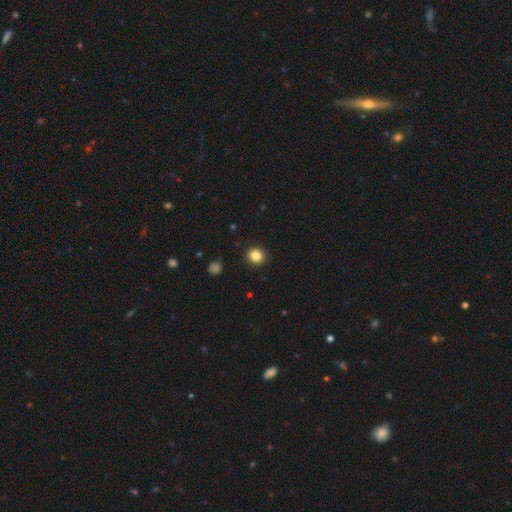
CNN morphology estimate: The model was most divided on "smooth or featured": smooth: 84%, star or artifact: 11%, featured or disk: 5%. More confident: merging — none (91%); how rounded — round (88%).